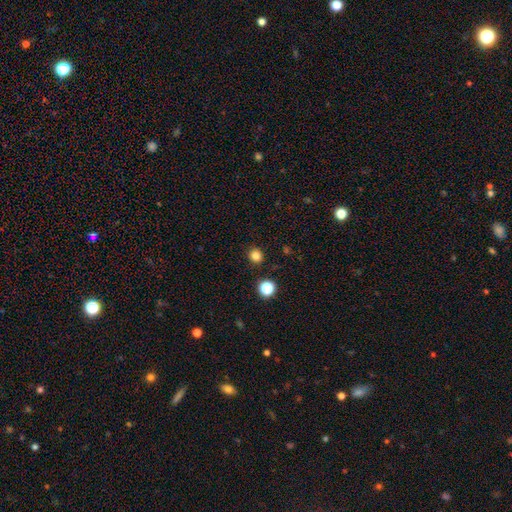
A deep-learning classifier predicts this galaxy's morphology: smooth 81%, star or artifact 14%, featured or disk 5%. Down the decision tree: how rounded — round (86%); merging — none (90%).